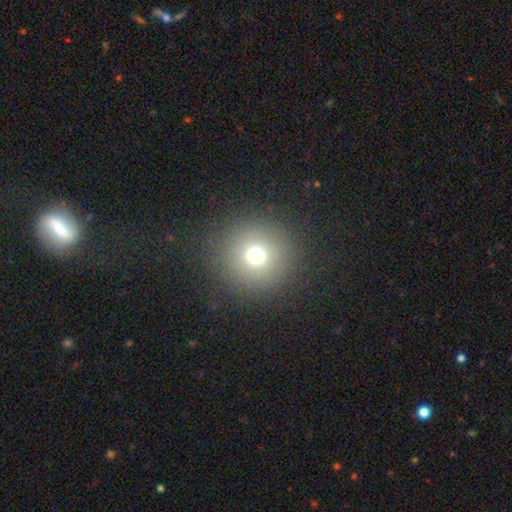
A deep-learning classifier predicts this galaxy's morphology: smooth-or-featured: smooth: 70% | star or artifact: 20% | featured or disk: 10%
  how-rounded: round: 95% | in between: 4% | cigar-shaped: 1%
  merging: none: 89% | minor disturbance: 6% | major disturbance: 4% | merger: 1%